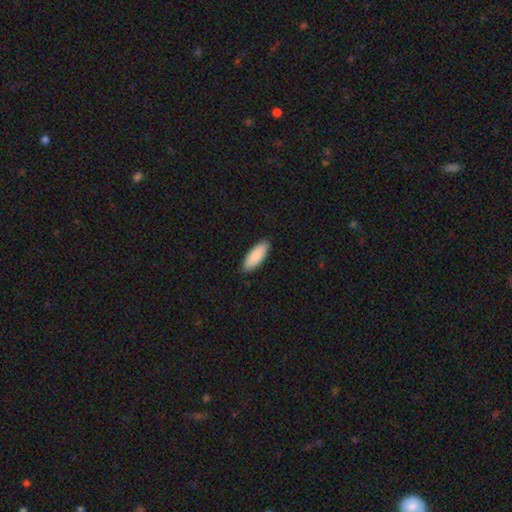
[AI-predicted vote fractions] A smooth galaxy with no disk features (89%) that is in between round and cigar-shaped (77%). Merging: none (89%).